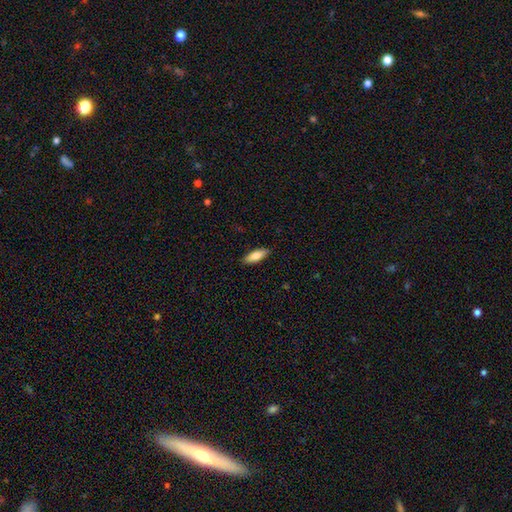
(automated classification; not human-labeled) smooth 79%, featured or disk 15%, star or artifact 6%. Down the decision tree: how rounded — in between (64%); merging — none (88%).